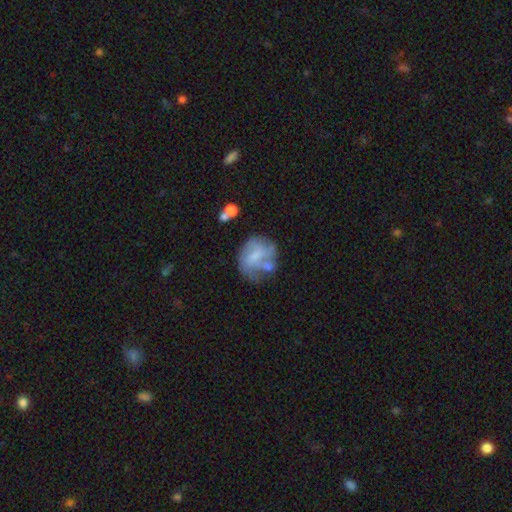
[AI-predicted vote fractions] A featured or disk galaxy (53%) with no bar (50%), no spiral arms (51%) and a small central bulge (42%). Merging: none (42%).